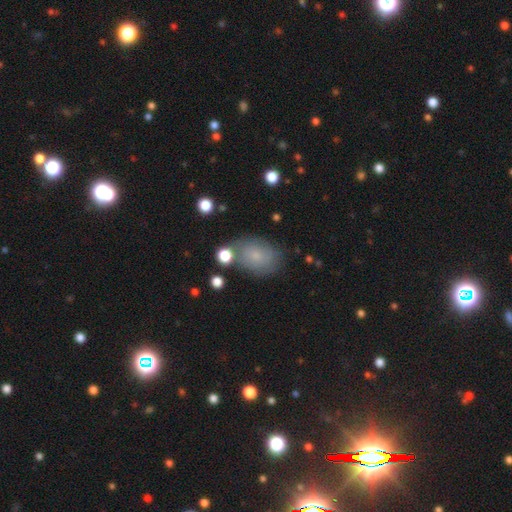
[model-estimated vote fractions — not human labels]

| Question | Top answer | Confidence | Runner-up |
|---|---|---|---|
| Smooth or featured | smooth | 70% | featured or disk (18%) |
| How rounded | in between | 68% | round (31%) |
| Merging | none | 68% | minor disturbance (19%) |